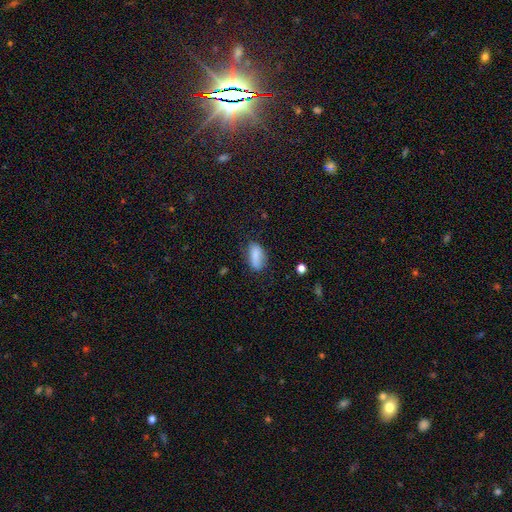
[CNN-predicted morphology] smooth 82%, featured or disk 10%, star or artifact 8%. Down the decision tree: how rounded — in between (86%); merging — none (66%).